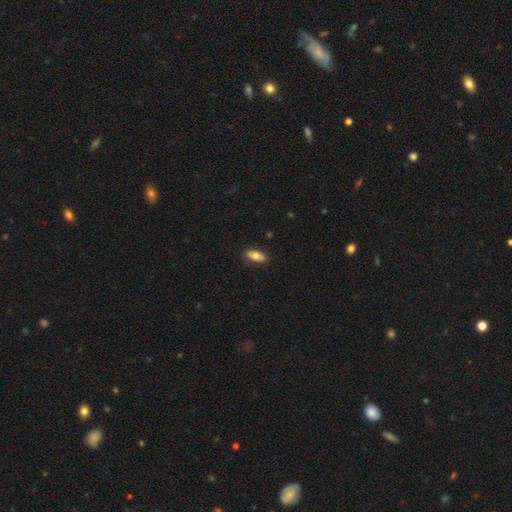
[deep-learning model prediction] This appears to be a smooth galaxy with no disk features (77%) that is in between round and cigar-shaped (84%). Merging: none (87%).